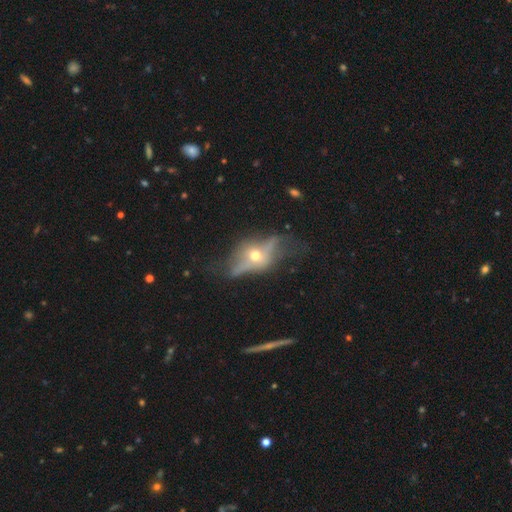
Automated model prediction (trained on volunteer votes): smooth_or_featured: featured or disk (p=0.72) [alt: smooth p=0.18]
disk_edge_on: yes (p=0.62) [alt: no p=0.38]
merging: none (p=0.54) [alt: minor disturbance p=0.24]